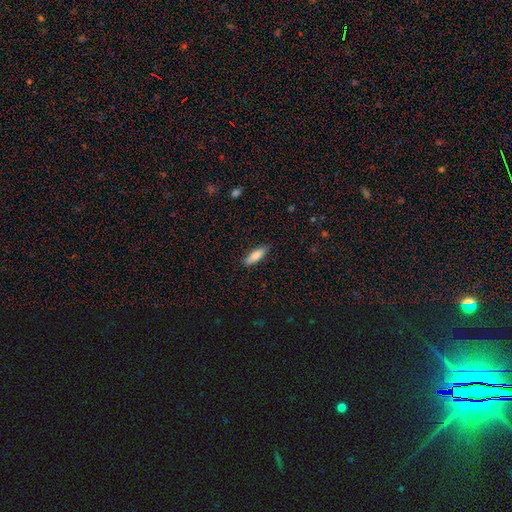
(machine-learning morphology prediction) Q: Smooth or featured?
A: smooth (82%); runner-up: featured or disk (12%)
Q: How rounded?
A: in between (55%); runner-up: cigar-shaped (43%)
Q: Merging?
A: none (87%); runner-up: minor disturbance (10%)